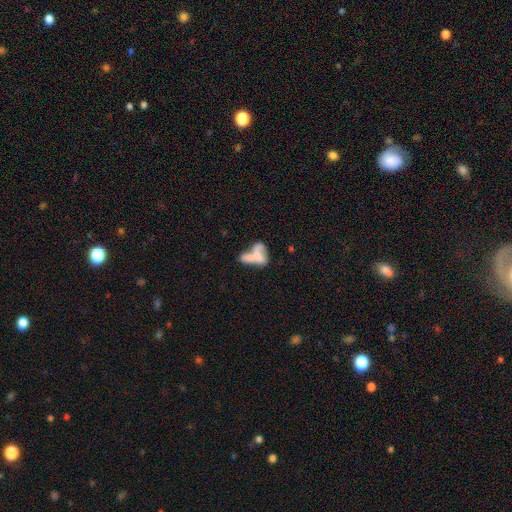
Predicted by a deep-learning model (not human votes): Smooth or featured?
  - smooth: 54% *
  - featured or disk: 36%
  - star or artifact: 10%
How rounded?
  - in between: 77% *
  - cigar-shaped: 15%
  - round: 8%
Merging?
  - merger: 65% *
  - none: 16%
  - major disturbance: 11%
  - minor disturbance: 8%